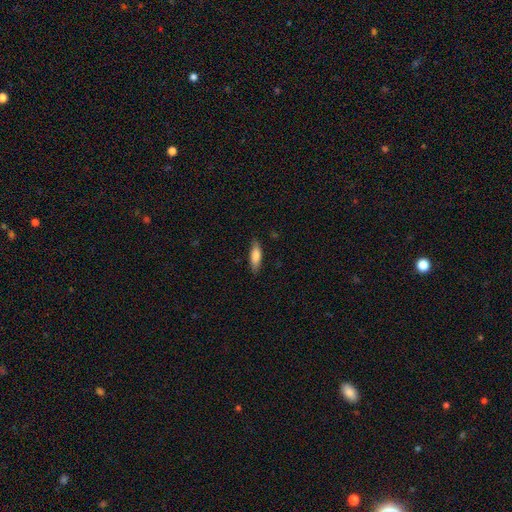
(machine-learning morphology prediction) Smooth or featured: smooth — 82% (featured or disk — 12%)
How rounded: in between — 55% (cigar-shaped — 43%)
Merging: none — 81% (minor disturbance — 15%)